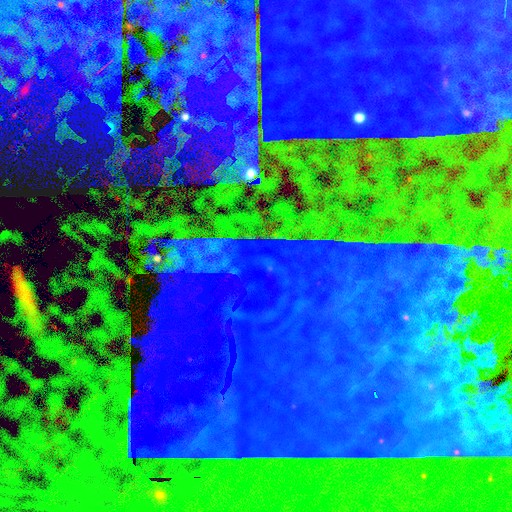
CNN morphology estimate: This appears to be a star or artifact, not a galaxy (82%).